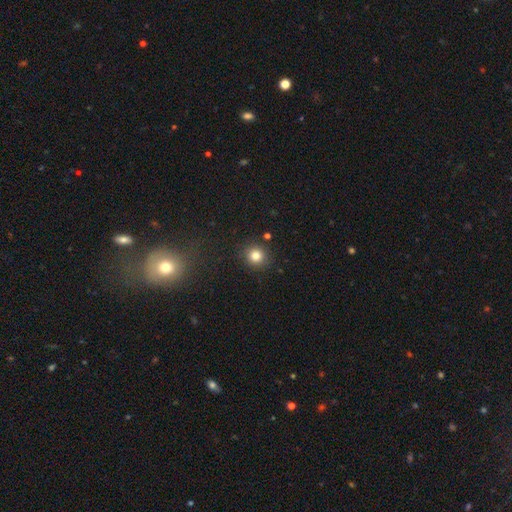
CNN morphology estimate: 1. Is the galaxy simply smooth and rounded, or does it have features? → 82% smooth, 12% star or artifact, 6% featured or disk.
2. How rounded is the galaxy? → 92% round, 7% in between, 1% cigar-shaped.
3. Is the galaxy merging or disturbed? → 88% none, 7% minor disturbance, 3% major disturbance, 2% merger.